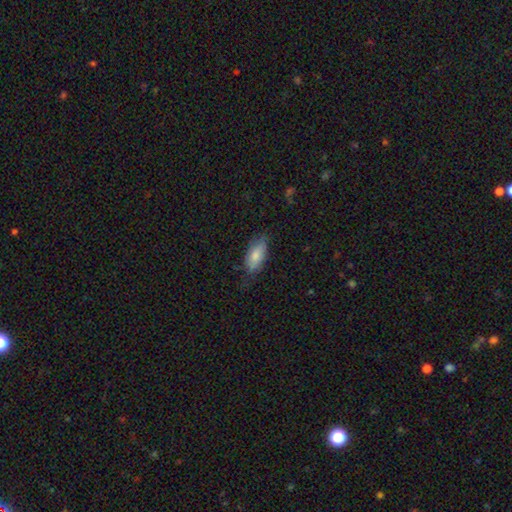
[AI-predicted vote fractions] This appears to be a smooth galaxy with no disk features (77%) that is in between round and cigar-shaped (87%). Merging: none (65%).